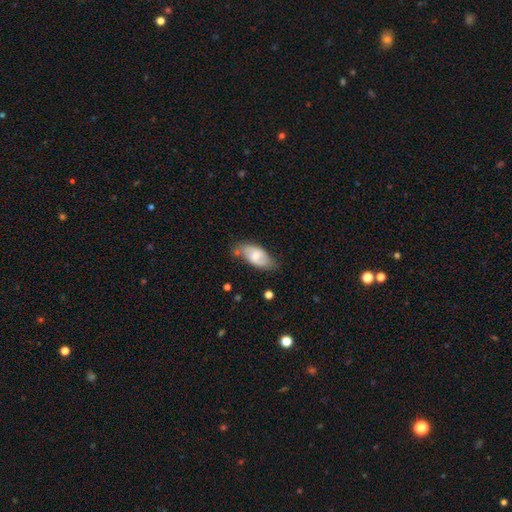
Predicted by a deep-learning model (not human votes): This is possibly a smooth galaxy (53%). How rounded: clearly in between (91%). Merging: likely none (66%).